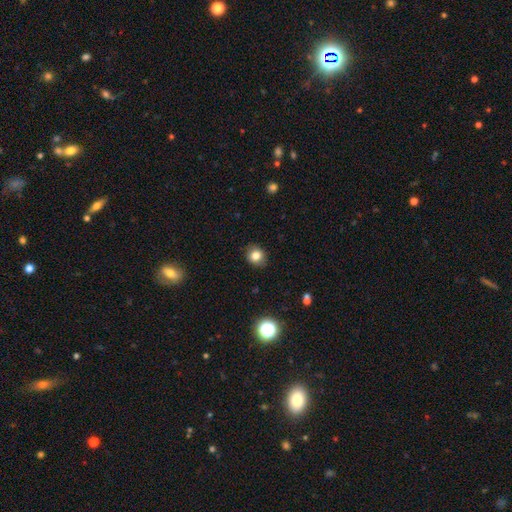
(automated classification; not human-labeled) Morphology: type=smooth (81%); roundness=round (75%); merging=none (87%).